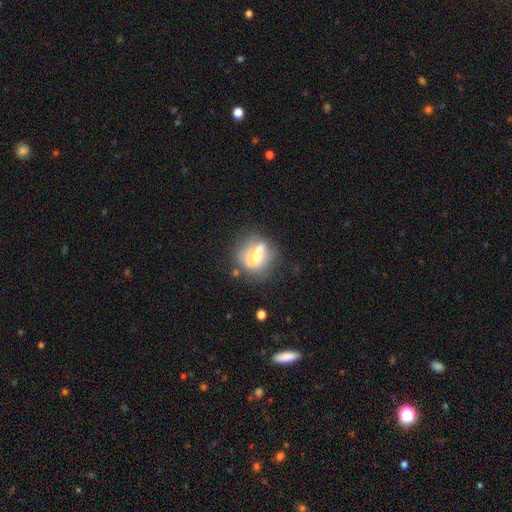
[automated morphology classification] This appears to be a featured or disk galaxy (46%). Merging: none (52%).